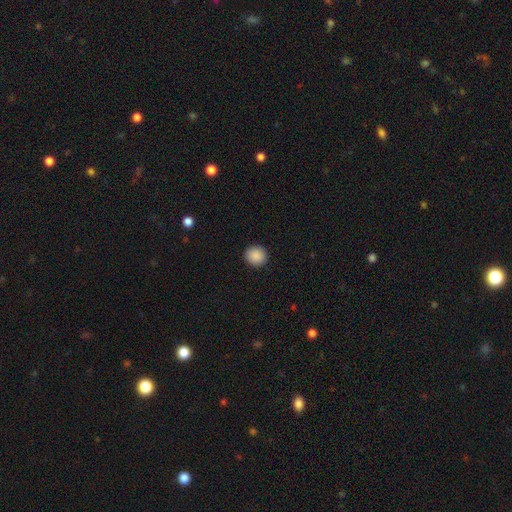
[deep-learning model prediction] Morphology: type=smooth (89%); roundness=round (91%); merging=none (92%).